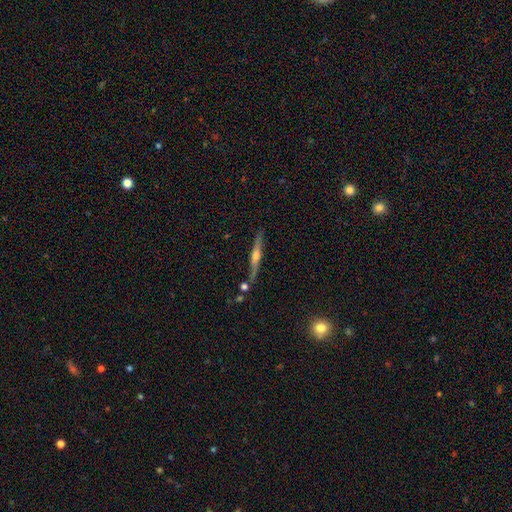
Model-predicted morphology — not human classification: smooth_or_featured: featured or disk (p=0.76) [alt: smooth p=0.17]
disk_edge_on: yes (p=0.97) [alt: no p=0.03]
edge_on_bulge: rounded (p=0.88) [alt: none p=0.06]
merging: none (p=0.82) [alt: minor disturbance p=0.11]